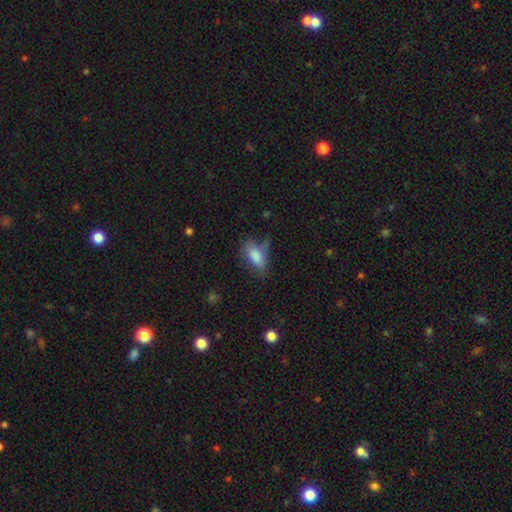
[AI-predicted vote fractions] Smooth or featured: smooth — 78% (featured or disk — 13%)
How rounded: in between — 89% (cigar-shaped — 6%)
Merging: none — 45% (minor disturbance — 32%)